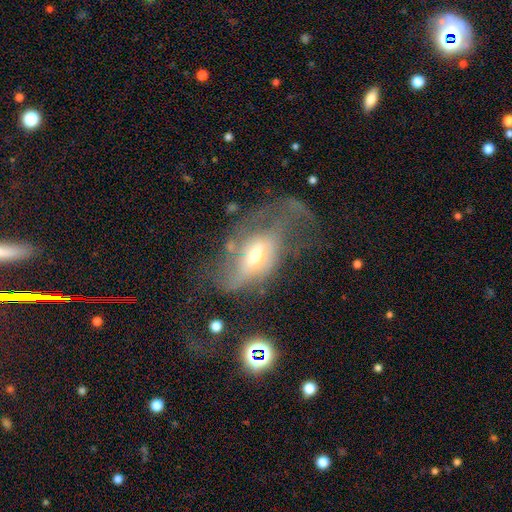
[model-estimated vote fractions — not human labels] A featured or disk galaxy (61%) with no bar (57%), spiral arms (53%) and a moderate central bulge (54%).

Vote fractions:
- Smooth or featured? featured or disk: 61% / smooth: 28% / star or artifact: 11%
- Edge-on disk? no: 90% / yes: 10%
- Bar? no: 57% / weak: 33% / strong: 11%
- Spiral arms? yes: 53% / no: 47%
- Bulge size? moderate: 54% / small: 37% / large: 6% / none: 2% / dominant: 1%
- Merging? major disturbance: 53% / none: 23% / minor disturbance: 18% / merger: 6%